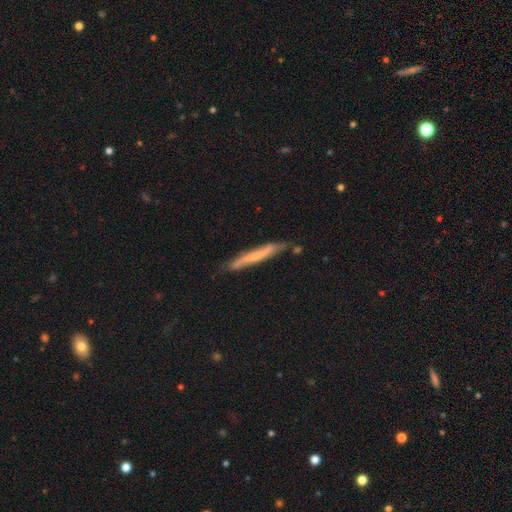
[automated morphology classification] Q: Smooth or featured?
A: smooth (48%); runner-up: featured or disk (45%)
Q: Merging?
A: none (75%); runner-up: minor disturbance (19%)